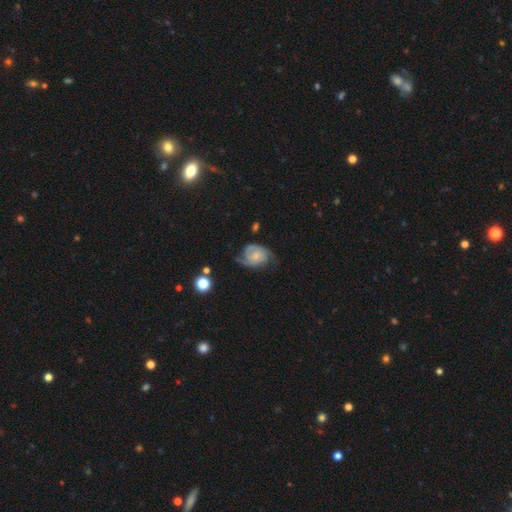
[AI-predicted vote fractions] Smooth or featured? featured or disk (68%)
Edge-on disk? no (97%)
Bar? no (72%)
Spiral arms? yes (90%)
Spiral winding? tight (43%)
Spiral arm count? 2 (59%)
Bulge size? small (61%)
Merging? none (48%)